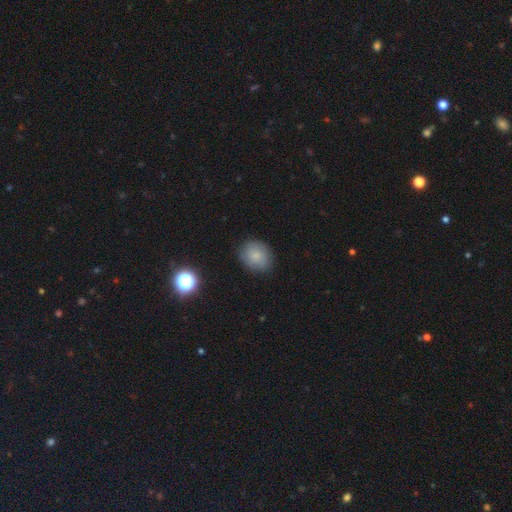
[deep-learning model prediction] Smooth or featured?
  - smooth: 79% *
  - featured or disk: 12%
  - star or artifact: 10%
How rounded?
  - round: 66% *
  - in between: 33%
  - cigar-shaped: 1%
Merging?
  - none: 84% *
  - minor disturbance: 12%
  - major disturbance: 3%
  - merger: 1%